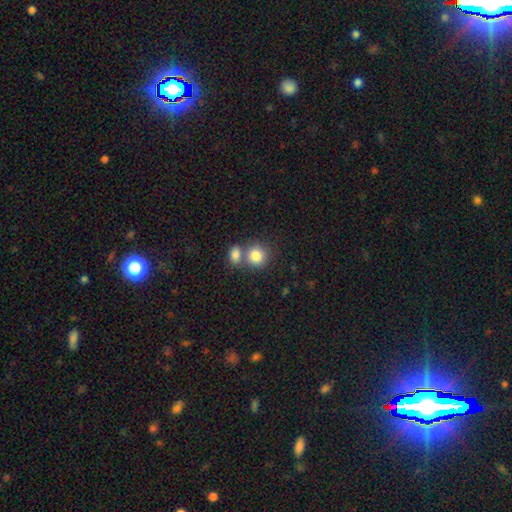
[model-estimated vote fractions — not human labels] smooth 83%, star or artifact 9%, featured or disk 8%. Down the decision tree: how rounded — round (80%); merging — none (45%, tied with merger).